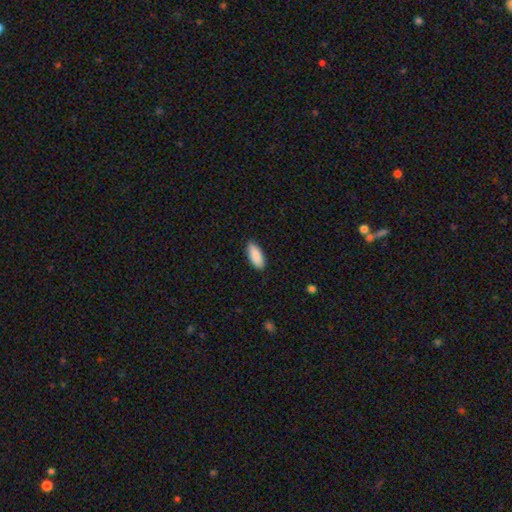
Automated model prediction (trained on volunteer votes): smooth_or_featured: smooth (p=0.90) [alt: star or artifact p=0.06]
how_rounded: in between (p=0.82) [alt: cigar-shaped p=0.16]
merging: none (p=0.88) [alt: minor disturbance p=0.09]